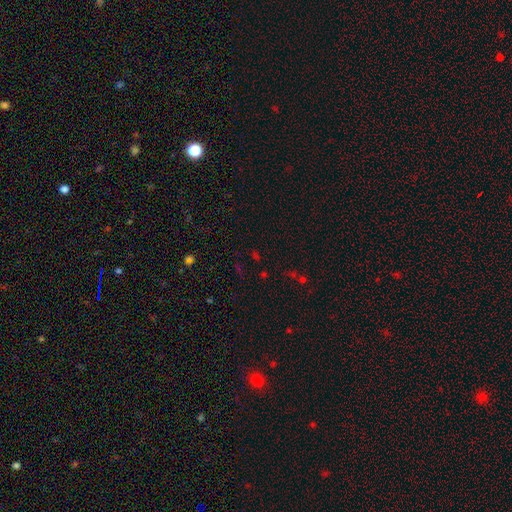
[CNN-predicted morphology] This is likely a star or artifact rather than a galaxy (60%).